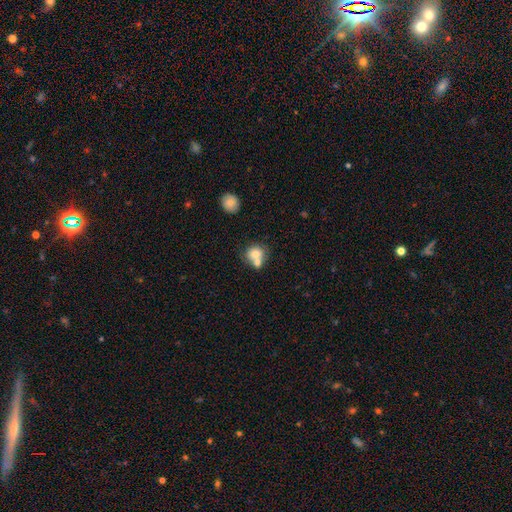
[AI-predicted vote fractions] This appears to be a smooth galaxy with no disk features (73%) that is round (74%). Merging: merger (50%).